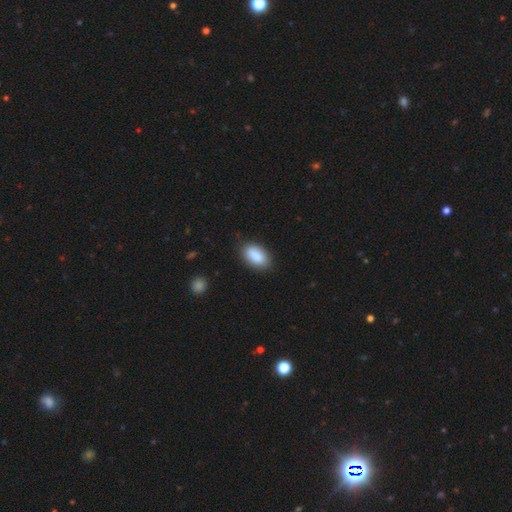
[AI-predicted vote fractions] Smooth or featured? smooth (89%)
How rounded? in between (93%)
Merging? none (84%)